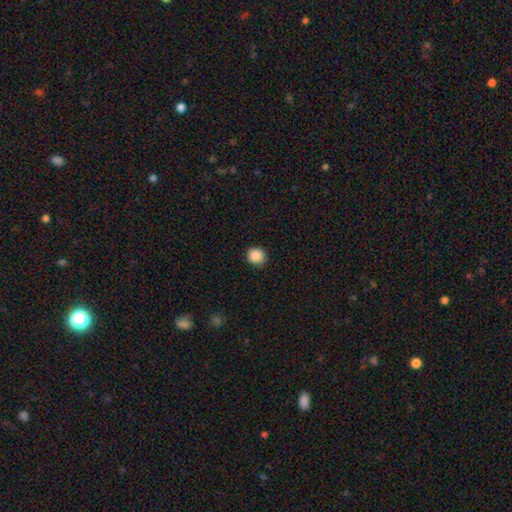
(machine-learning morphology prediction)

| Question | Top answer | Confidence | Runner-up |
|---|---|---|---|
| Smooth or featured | smooth | 89% | star or artifact (9%) |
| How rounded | round | 90% | in between (9%) |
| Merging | none | 89% | minor disturbance (7%) |